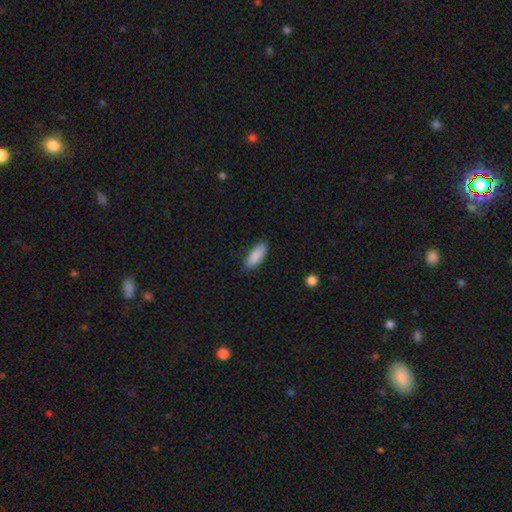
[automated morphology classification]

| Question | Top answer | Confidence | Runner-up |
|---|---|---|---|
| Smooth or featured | smooth | 88% | star or artifact (6%) |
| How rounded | in between | 73% | cigar-shaped (26%) |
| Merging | none | 82% | minor disturbance (15%) |